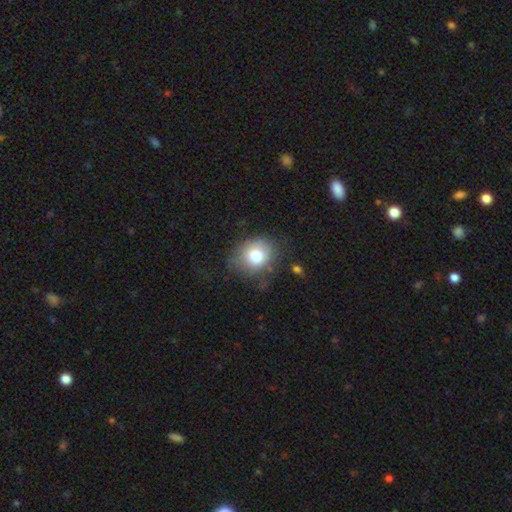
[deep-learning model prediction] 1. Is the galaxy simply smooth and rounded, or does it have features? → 78% smooth, 12% featured or disk, 10% star or artifact.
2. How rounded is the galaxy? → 71% round, 28% in between, 1% cigar-shaped.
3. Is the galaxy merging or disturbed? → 71% none, 20% minor disturbance, 8% major disturbance, 2% merger.